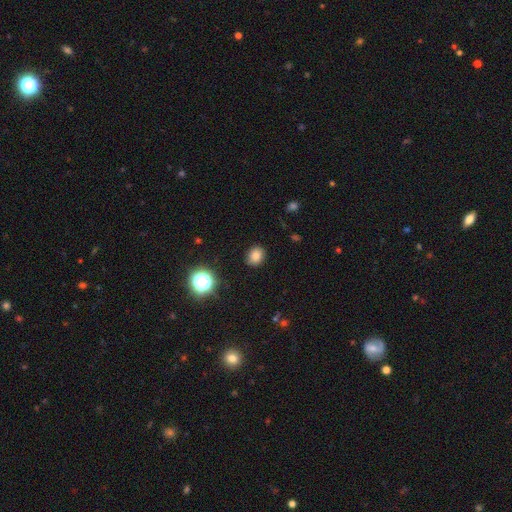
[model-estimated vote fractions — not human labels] A smooth galaxy with no disk features (80%) that is round (60%).

Vote fractions:
- Smooth or featured? smooth: 80% / star or artifact: 14% / featured or disk: 6%
- How rounded? round: 60% / in between: 39% / cigar-shaped: 1%
- Merging? none: 85% / minor disturbance: 11% / major disturbance: 3% / merger: 1%